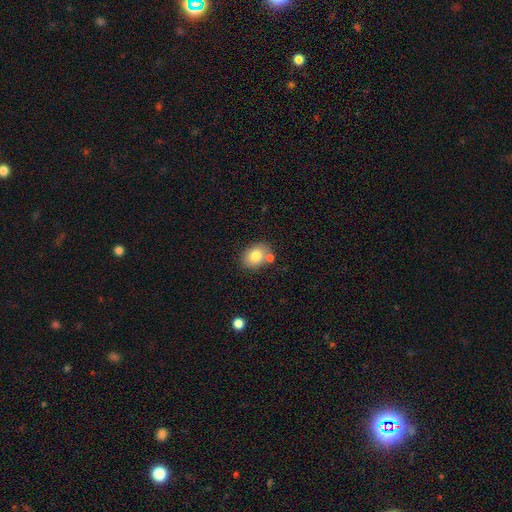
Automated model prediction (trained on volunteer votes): Overall: smooth (80%). How rounded: in between (64%; round 35%). Merging: none (69%).